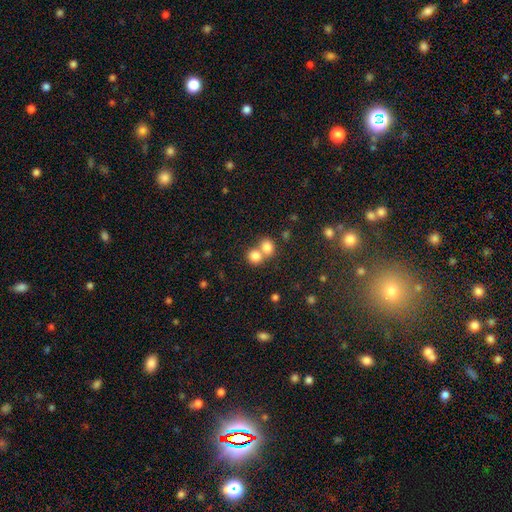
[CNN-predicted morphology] smooth_or_featured: smooth (p=0.81) [alt: star or artifact p=0.11]
how_rounded: round (p=0.76) [alt: in between p=0.23]
merging: merger (p=0.54) [alt: none p=0.38]